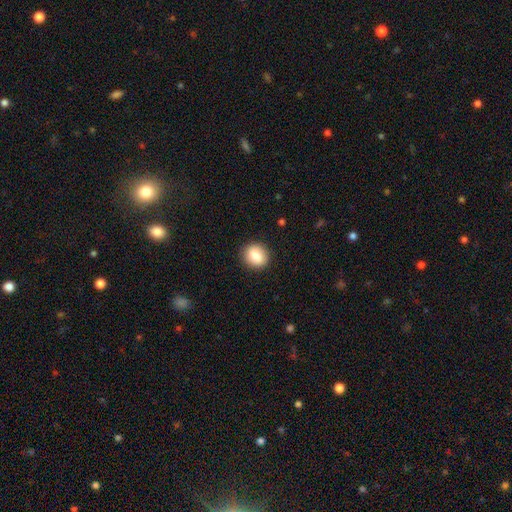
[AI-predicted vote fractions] Q: Smooth or featured?
A: smooth (85%); runner-up: star or artifact (8%)
Q: How rounded?
A: round (68%); runner-up: in between (31%)
Q: Merging?
A: none (89%); runner-up: minor disturbance (7%)